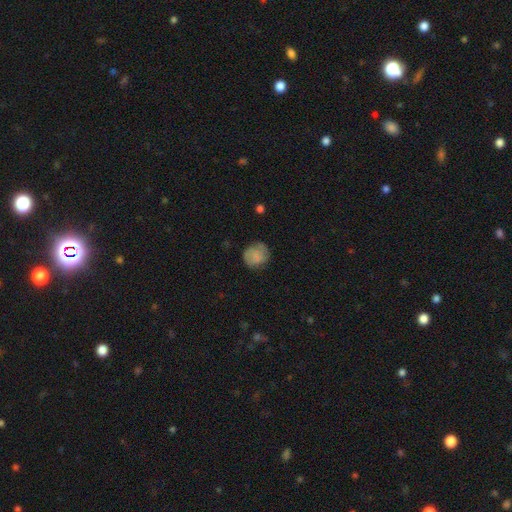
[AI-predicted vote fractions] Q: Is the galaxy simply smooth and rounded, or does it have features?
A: smooth — 74%.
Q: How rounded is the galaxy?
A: round — 78%.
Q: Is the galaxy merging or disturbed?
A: none — 71%.